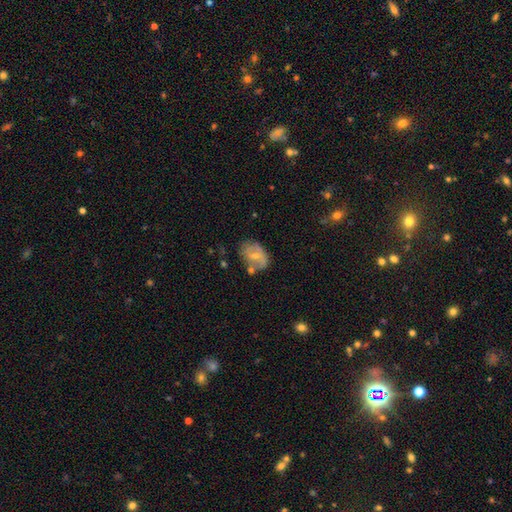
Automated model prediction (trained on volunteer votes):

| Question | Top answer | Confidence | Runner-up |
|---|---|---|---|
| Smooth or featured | featured or disk | 52% | smooth (40%) |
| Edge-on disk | no | 96% | yes (4%) |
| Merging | none | 51% | minor disturbance (27%) |